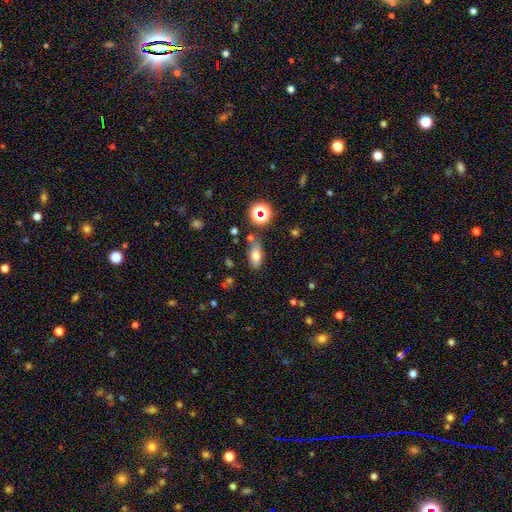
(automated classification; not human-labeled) A smooth galaxy with no disk features (71%) that is in between round and cigar-shaped (80%). Merging: none (75%).